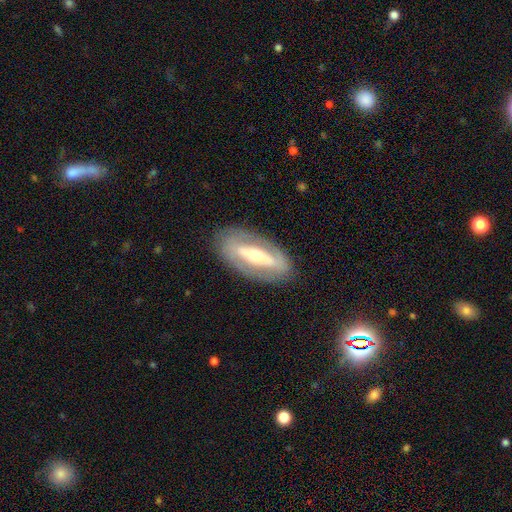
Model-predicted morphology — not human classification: Smooth or featured? Predicted: featured or disk (p=0.69). Edge-on disk? Predicted: no (p=0.80). Bar? Predicted: strong (p=0.57). Spiral arms? Predicted: no (p=0.64). Bulge size? Predicted: moderate (p=0.61). Merging? Predicted: none (p=0.82).